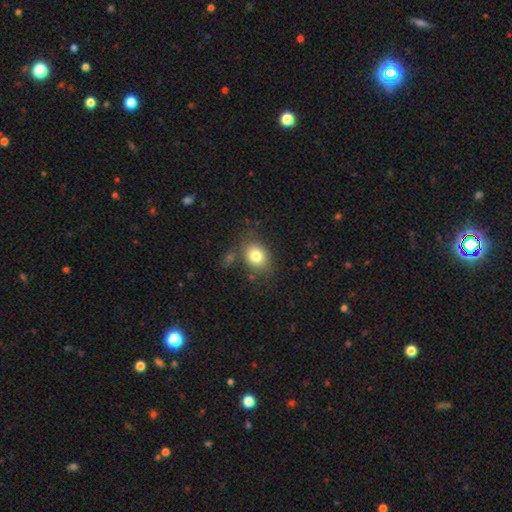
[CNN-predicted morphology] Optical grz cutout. It shows a smooth galaxy with no disk features (80%) that is in between round and cigar-shaped (55%). Merging: none (71%).